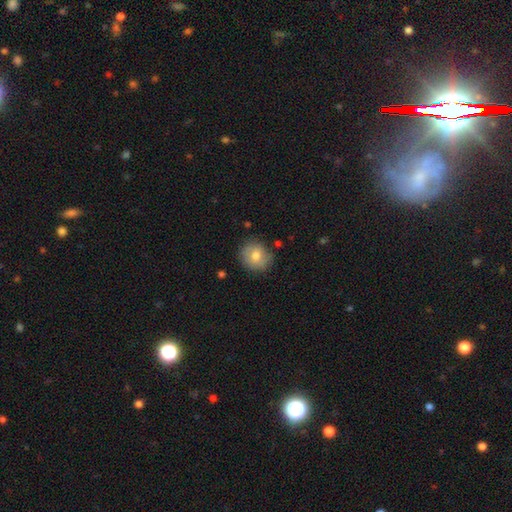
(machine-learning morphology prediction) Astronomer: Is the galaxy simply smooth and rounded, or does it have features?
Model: smooth — 72%.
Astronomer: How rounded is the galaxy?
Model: round — 82%.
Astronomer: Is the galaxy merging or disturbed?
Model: none — 79%.